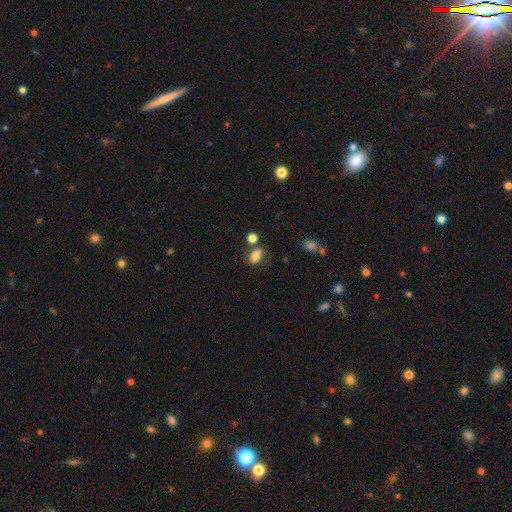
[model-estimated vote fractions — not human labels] smooth-or-featured: smooth: 79% | featured or disk: 10% | star or artifact: 10%
  how-rounded: in between: 79% | round: 19% | cigar-shaped: 2%
  merging: none: 64% | minor disturbance: 17% | merger: 14% | major disturbance: 6%